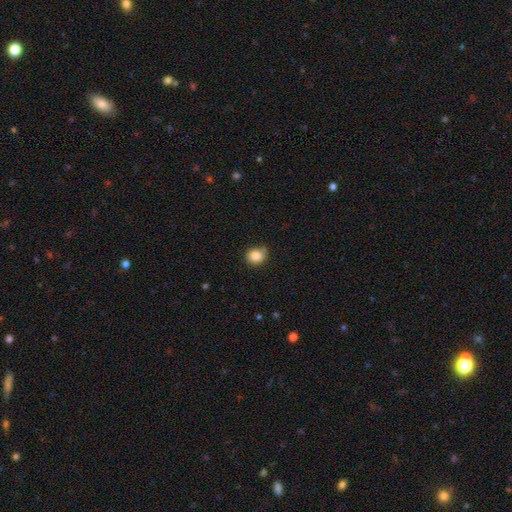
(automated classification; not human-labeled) smooth-or-featured: smooth: 85% | star or artifact: 9% | featured or disk: 6%
  how-rounded: round: 77% | in between: 22% | cigar-shaped: 1%
  merging: none: 71% | minor disturbance: 21% | major disturbance: 4% | merger: 4%